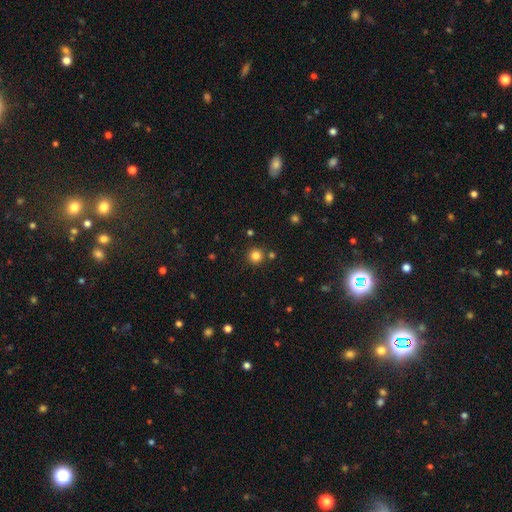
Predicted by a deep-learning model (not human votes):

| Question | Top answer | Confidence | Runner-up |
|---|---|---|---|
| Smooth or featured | smooth | 82% | star or artifact (14%) |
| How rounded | round | 95% | in between (4%) |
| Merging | none | 86% | minor disturbance (6%) |